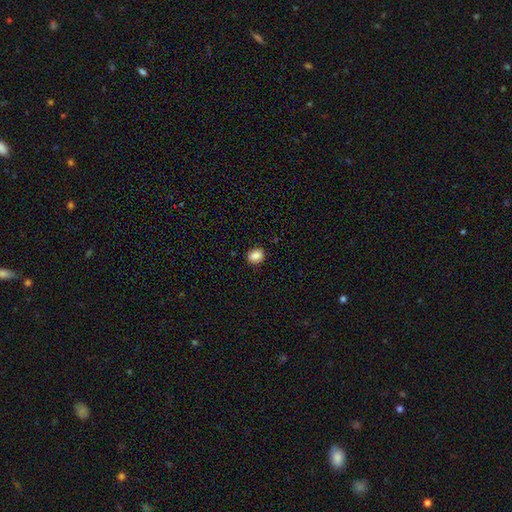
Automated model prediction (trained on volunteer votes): smooth 86%, star or artifact 9%, featured or disk 5%. Down the decision tree: how rounded — round (49%, tied with in between); merging — none (87%).